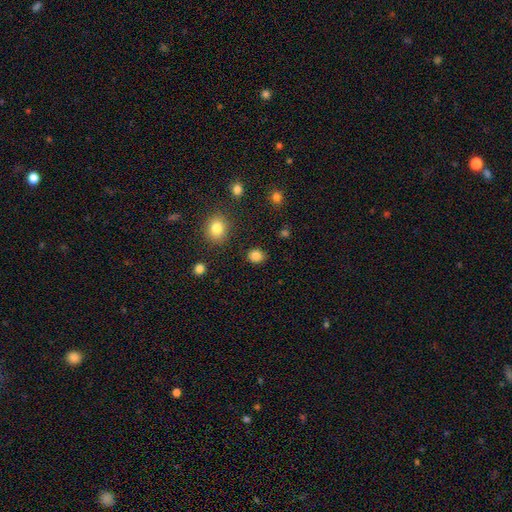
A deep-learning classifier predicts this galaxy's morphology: smooth_or_featured: smooth (p=0.84) [alt: star or artifact p=0.11]
how_rounded: round (p=0.68) [alt: in between p=0.31]
merging: none (p=0.88) [alt: minor disturbance p=0.08]